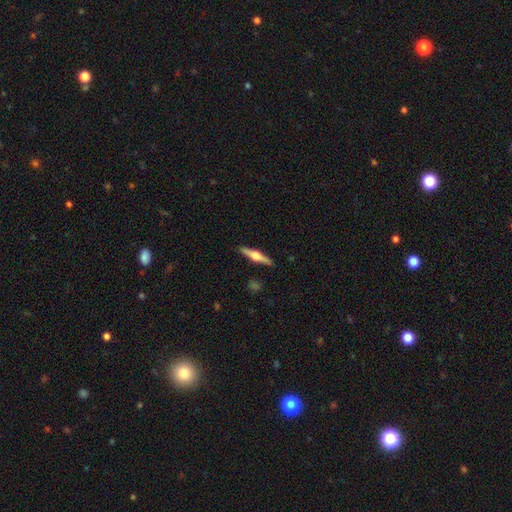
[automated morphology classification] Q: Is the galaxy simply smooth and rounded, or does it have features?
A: featured or disk — 69%.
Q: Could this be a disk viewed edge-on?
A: yes — 98%.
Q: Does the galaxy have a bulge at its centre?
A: rounded — 94%.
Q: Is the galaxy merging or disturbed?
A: none — 91%.